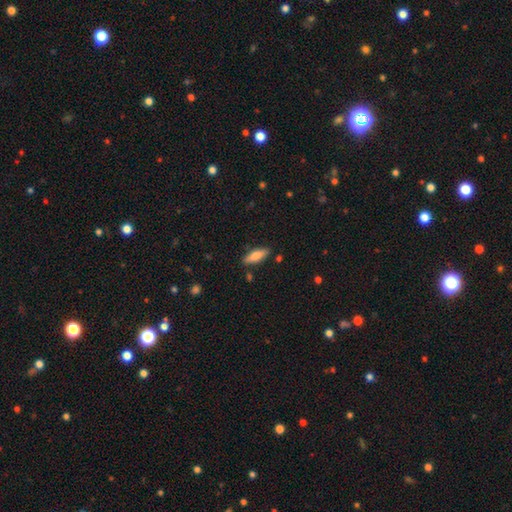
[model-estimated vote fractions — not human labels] smooth-or-featured: smooth: 75% | featured or disk: 18% | star or artifact: 6%
  how-rounded: in between: 54% | cigar-shaped: 44% | round: 2%
  merging: none: 84% | minor disturbance: 11% | merger: 2% | major disturbance: 2%